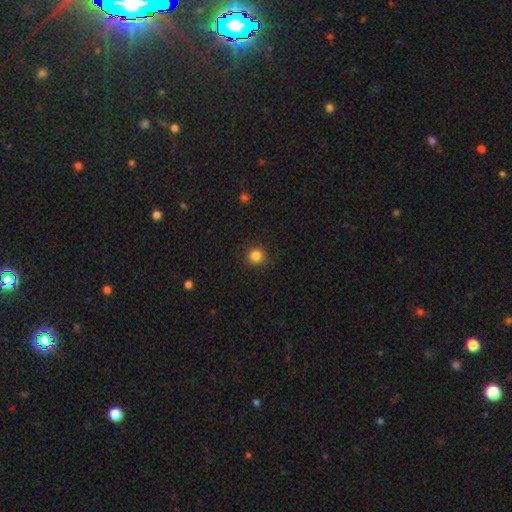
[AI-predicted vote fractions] This appears to be a smooth galaxy with no disk features (84%) that is round (93%). Merging: none (88%).